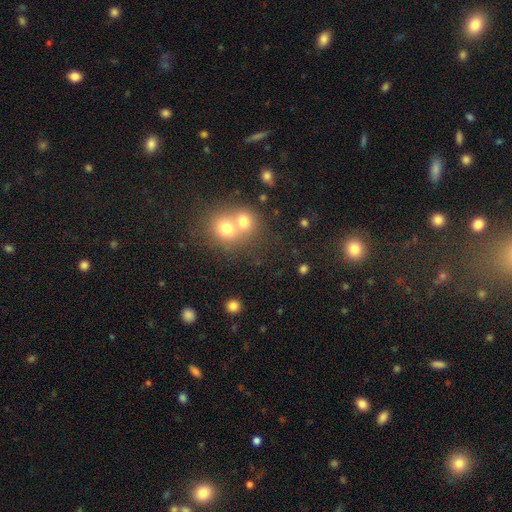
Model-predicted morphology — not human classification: Smooth or featured? Predicted: smooth (p=0.57). How rounded? Predicted: round (p=0.82). Merging? Predicted: none (p=0.56).